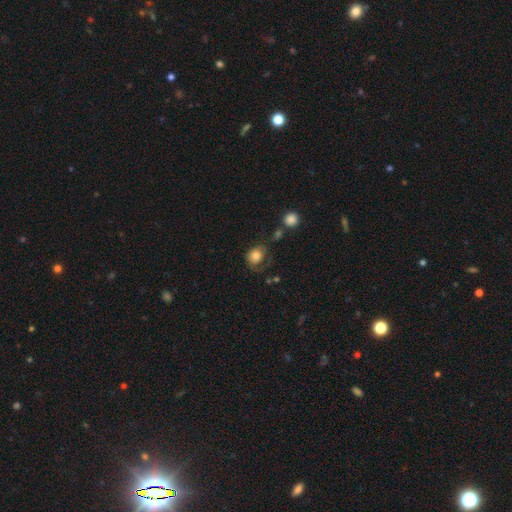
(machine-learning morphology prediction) This is likely a smooth galaxy (78%). How rounded: likely round (61%). Merging: marginally none (44%).